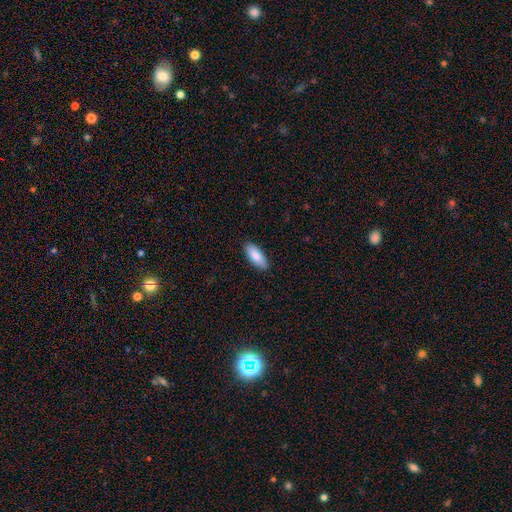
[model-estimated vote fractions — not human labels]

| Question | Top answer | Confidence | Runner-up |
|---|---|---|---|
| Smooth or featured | smooth | 87% | featured or disk (7%) |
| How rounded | in between | 78% | cigar-shaped (20%) |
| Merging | none | 88% | minor disturbance (9%) |